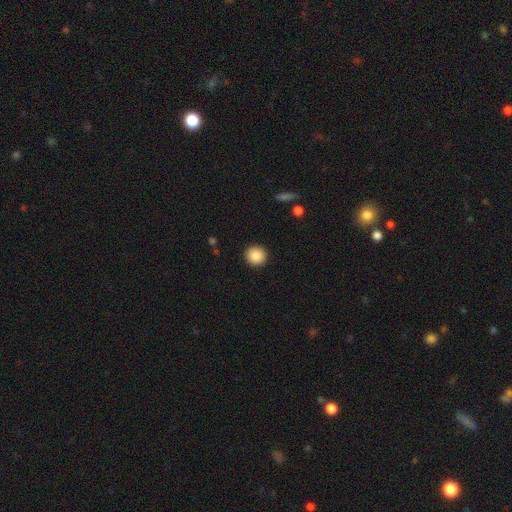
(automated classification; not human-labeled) Q: Smooth or featured?
A: smooth (89%); runner-up: star or artifact (8%)
Q: How rounded?
A: round (93%); runner-up: in between (6%)
Q: Merging?
A: none (92%); runner-up: minor disturbance (5%)